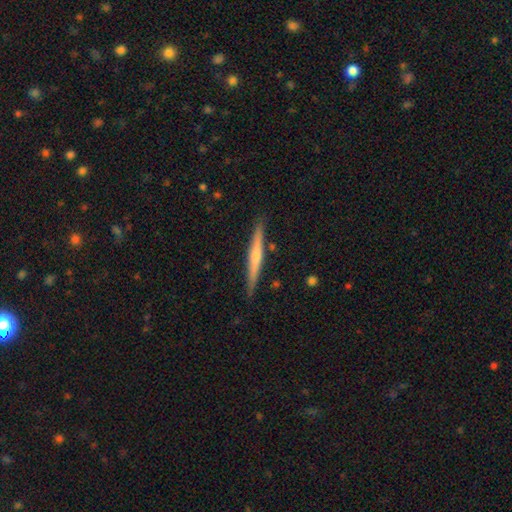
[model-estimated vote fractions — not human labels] smooth_or_featured: featured or disk (p=0.57) [alt: smooth p=0.37]
disk_edge_on: yes (p=0.97) [alt: no p=0.03]
edge_on_bulge: rounded (p=0.62) [alt: none p=0.32]
merging: none (p=0.88) [alt: minor disturbance p=0.09]